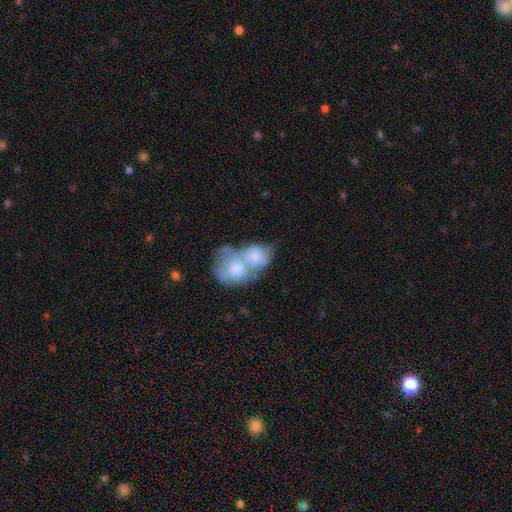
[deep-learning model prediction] Smooth or featured? Predicted: smooth (p=0.60). How rounded? Predicted: in between (p=0.58). Merging? Predicted: merger (p=0.75).